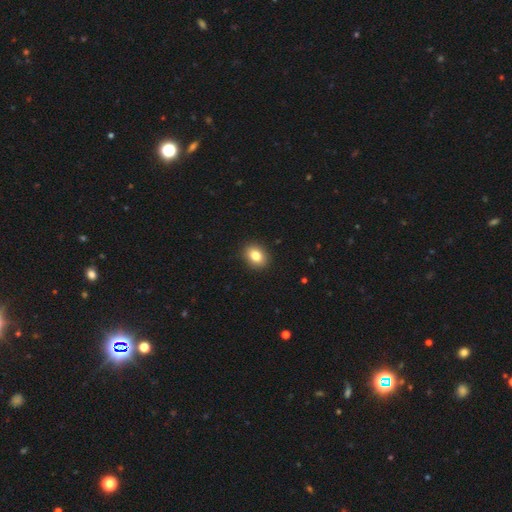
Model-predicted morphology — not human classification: A smooth galaxy with no disk features (83%) that is in between round and cigar-shaped (64%). Merging: none (91%).